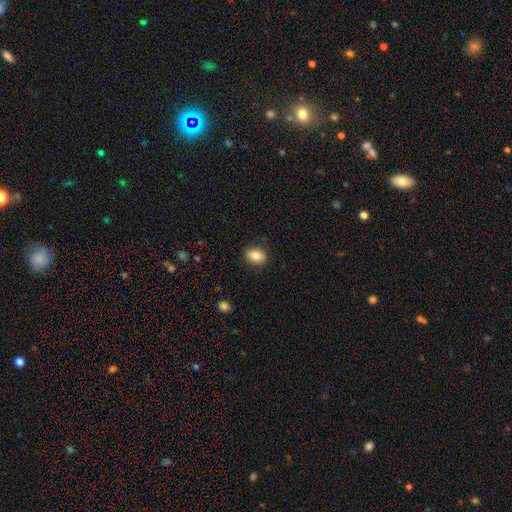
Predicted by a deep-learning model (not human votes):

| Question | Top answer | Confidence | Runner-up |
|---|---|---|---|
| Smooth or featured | smooth | 83% | featured or disk (9%) |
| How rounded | in between | 69% | round (29%) |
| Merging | none | 87% | minor disturbance (9%) |